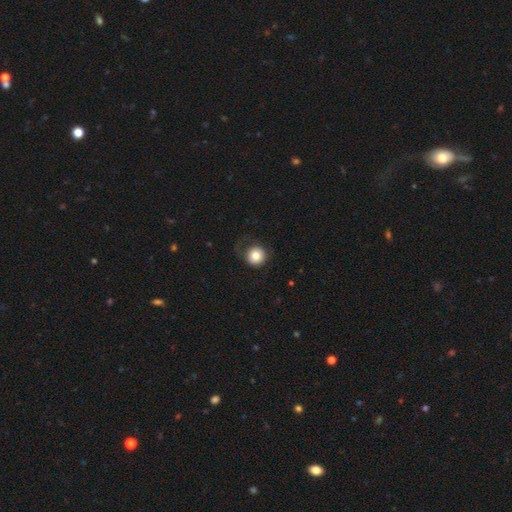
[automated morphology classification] The model was most divided on "merging": none: 66%, minor disturbance: 18%, major disturbance: 15%, merger: 1%. More confident: how rounded — round (93%); smooth or featured — smooth (80%).